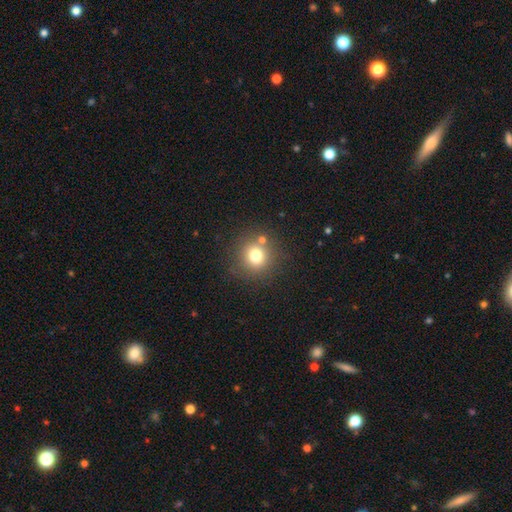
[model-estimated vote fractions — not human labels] A smooth galaxy with no disk features (75%) that is round (91%). Merging: none (80%).